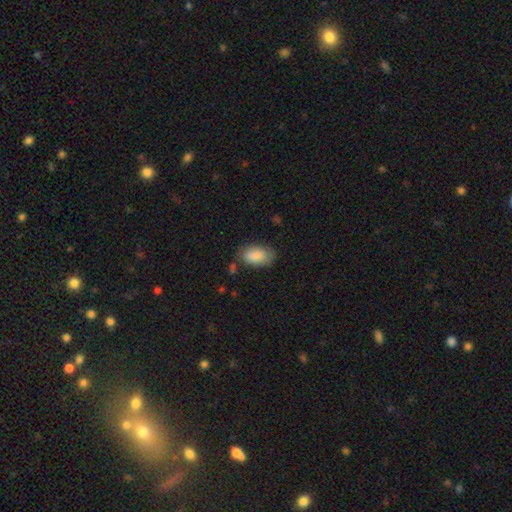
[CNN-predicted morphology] This is clearly a smooth galaxy (87%). How rounded: clearly in between (92%). Merging: likely none (69%).